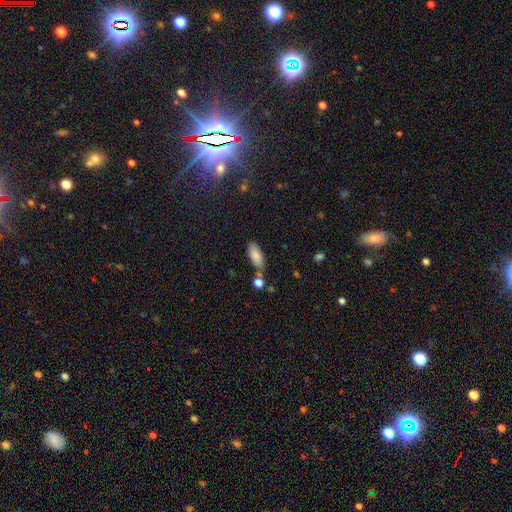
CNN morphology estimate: smooth 83%, featured or disk 10%, star or artifact 7%. Down the decision tree: how rounded — in between (84%); merging — none (68%).